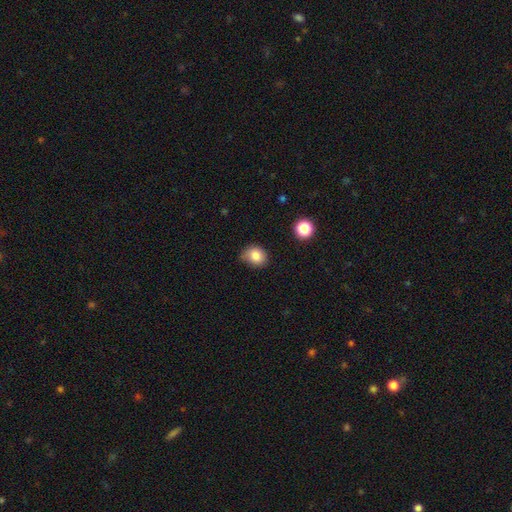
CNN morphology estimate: Smooth or featured?
  - smooth: 83% *
  - star or artifact: 10%
  - featured or disk: 6%
How rounded?
  - round: 65% *
  - in between: 34%
  - cigar-shaped: 1%
Merging?
  - none: 70% *
  - minor disturbance: 24%
  - major disturbance: 4%
  - merger: 2%